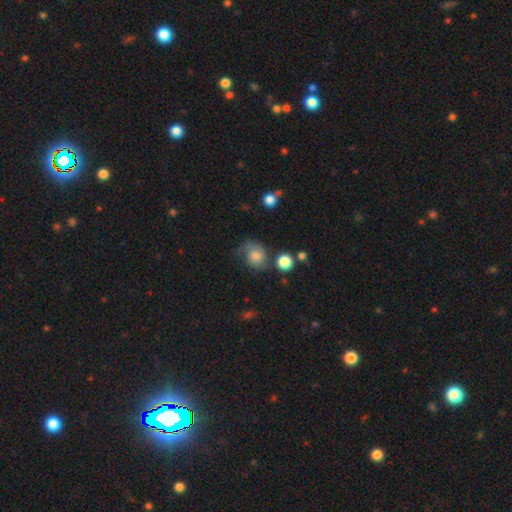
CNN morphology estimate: smooth_or_featured: smooth (p=0.64) [alt: featured or disk p=0.27]
how_rounded: round (p=0.71) [alt: in between p=0.28]
merging: none (p=0.41) [alt: minor disturbance p=0.28]